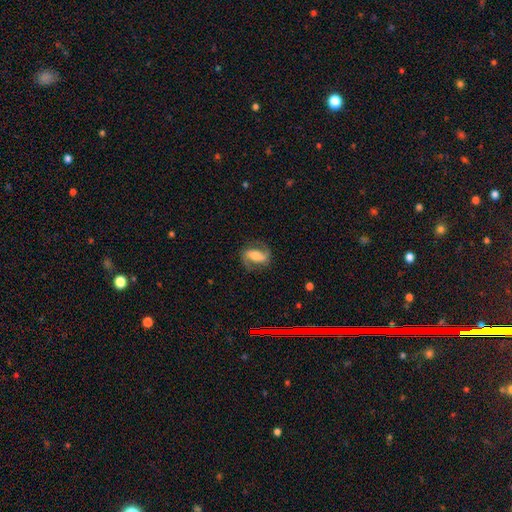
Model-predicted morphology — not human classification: smooth-or-featured: featured or disk: 76% | smooth: 17% | star or artifact: 7%
  disk-edge-on: no: 95% | yes: 5%
    bar: strong: 43% | weak: 32% | no: 24%
    has-spiral-arms: yes: 93% | no: 7%
      spiral-winding: medium: 47% | loose: 33% | tight: 20%
      spiral-arm-count: 2: 91% | can't tell: 4% | 1: 3% | 3: 1% | 4: 1% | more than 4: 1%
    bulge-size: moderate: 55% | small: 25% | large: 14% | none: 3% | dominant: 2%
  merging: none: 78% | minor disturbance: 14% | major disturbance: 7% | merger: 1%